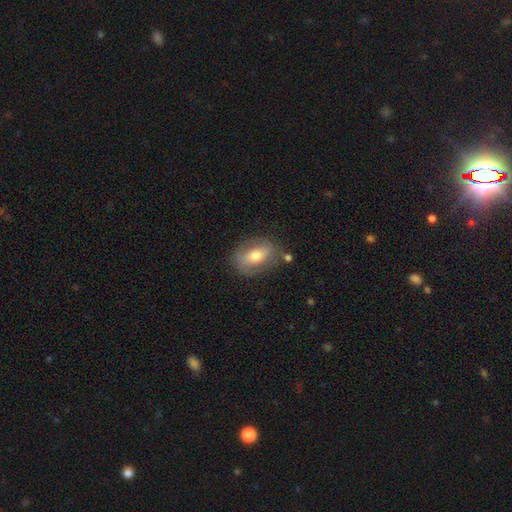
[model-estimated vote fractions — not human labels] smooth 52%, featured or disk 41%, star or artifact 7%. Down the decision tree: how rounded — in between (75%); merging — none (74%).